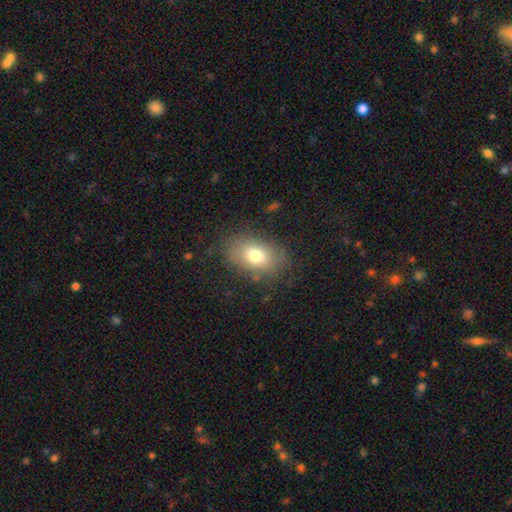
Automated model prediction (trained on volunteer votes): A smooth galaxy with no disk features (74%) that is in between round and cigar-shaped (83%). Merging: none (79%).